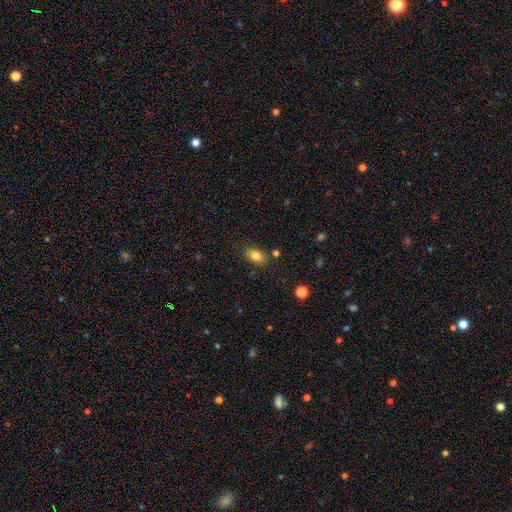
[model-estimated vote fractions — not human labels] Overall: smooth (82%). How rounded: in between (85%). Merging: none (80%).